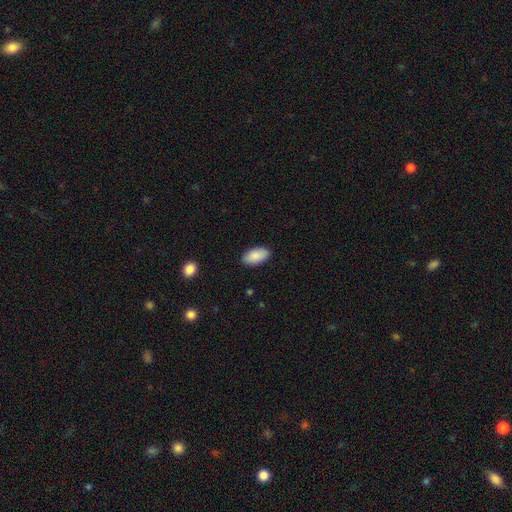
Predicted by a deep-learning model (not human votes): Q: Smooth or featured?
A: smooth (89%); runner-up: star or artifact (6%)
Q: How rounded?
A: in between (95%); runner-up: cigar-shaped (3%)
Q: Merging?
A: none (88%); runner-up: minor disturbance (9%)